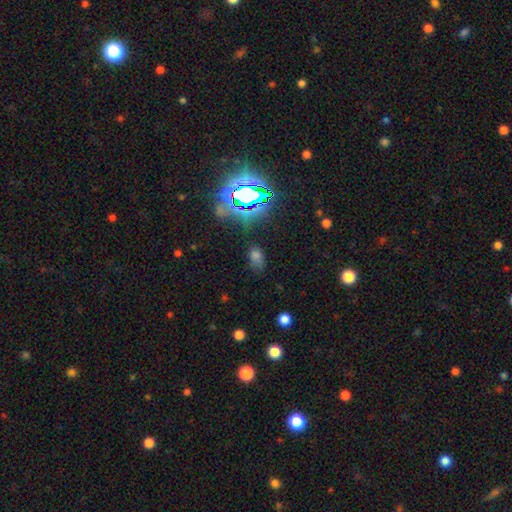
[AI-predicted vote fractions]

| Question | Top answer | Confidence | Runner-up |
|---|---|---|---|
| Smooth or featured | smooth | 57% | star or artifact (34%) |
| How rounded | in between | 83% | round (15%) |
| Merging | none | 65% | minor disturbance (21%) |